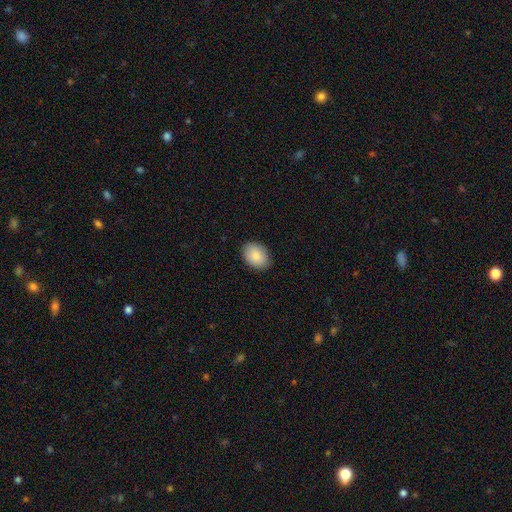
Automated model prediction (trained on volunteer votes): Smooth or featured?
  - smooth: 85% *
  - featured or disk: 8%
  - star or artifact: 7%
How rounded?
  - in between: 72% *
  - round: 27%
  - cigar-shaped: 1%
Merging?
  - none: 87% *
  - minor disturbance: 10%
  - major disturbance: 2%
  - merger: 1%